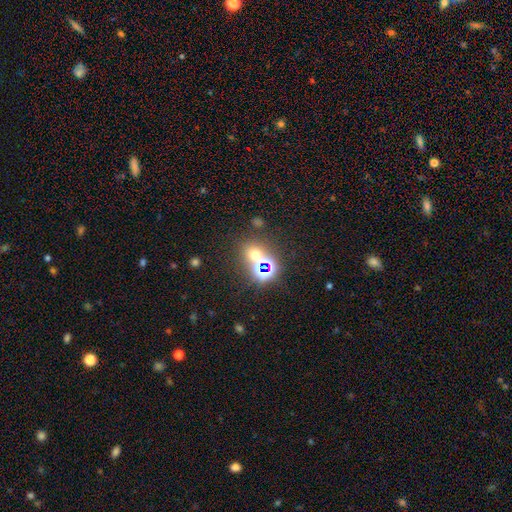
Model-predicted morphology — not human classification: Q: Smooth or featured?
A: smooth (48%); runner-up: star or artifact (42%)
Q: Merging?
A: none (67%); runner-up: merger (19%)